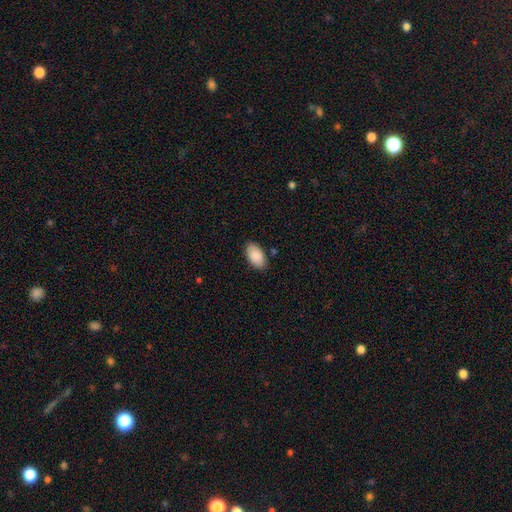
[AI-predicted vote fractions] smooth-or-featured: smooth: 89% | star or artifact: 6% | featured or disk: 5%
  how-rounded: in between: 95% | round: 3% | cigar-shaped: 2%
  merging: none: 86% | minor disturbance: 11% | major disturbance: 2% | merger: 2%